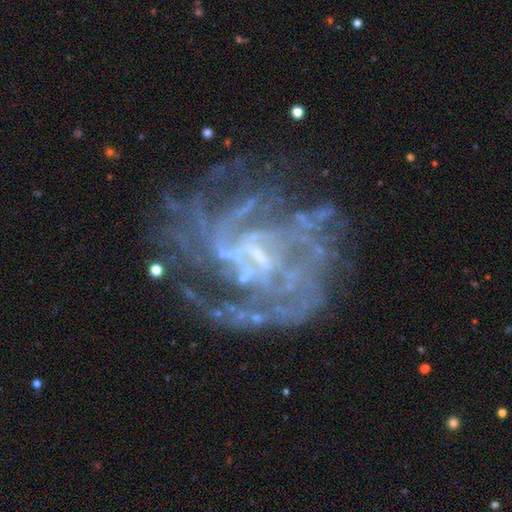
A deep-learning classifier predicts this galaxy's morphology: A featured or disk galaxy (87%) with a weak bar (49%), tight (48%) spiral arms (92%) and a small central bulge (54%). Merging: none (59%).